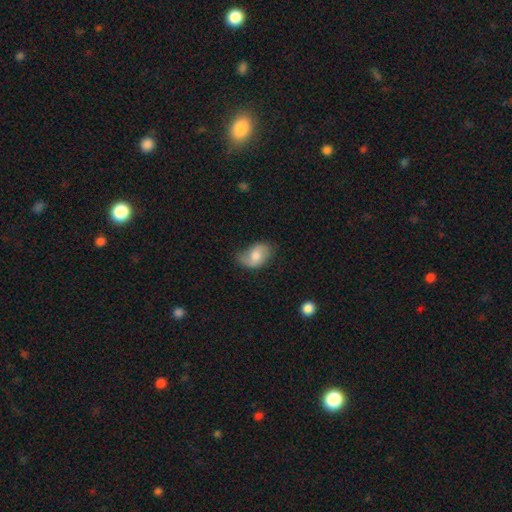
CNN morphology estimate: Smooth or featured?
  - smooth: 57% *
  - featured or disk: 36%
  - star or artifact: 7%
How rounded?
  - in between: 86% *
  - round: 13%
  - cigar-shaped: 1%
Merging?
  - none: 57% *
  - minor disturbance: 32%
  - major disturbance: 9%
  - merger: 2%